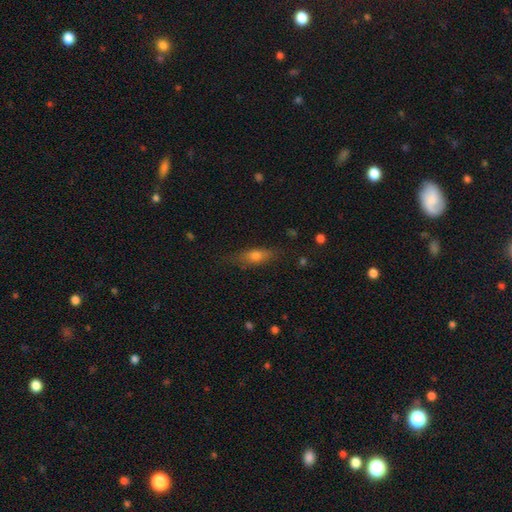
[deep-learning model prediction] Smooth or featured? Predicted: smooth (p=0.60). How rounded? Predicted: in between (p=0.49). Merging? Predicted: none (p=0.76).